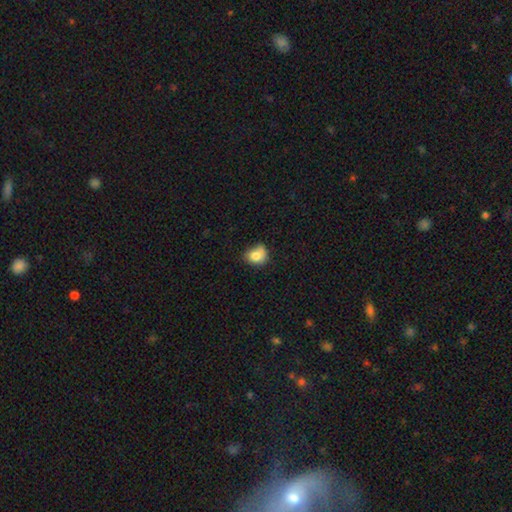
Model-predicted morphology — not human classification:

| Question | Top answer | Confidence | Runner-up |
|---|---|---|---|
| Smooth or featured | smooth | 81% | featured or disk (10%) |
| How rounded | round | 55% | in between (44%) |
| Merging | none | 44% | minor disturbance (39%) |